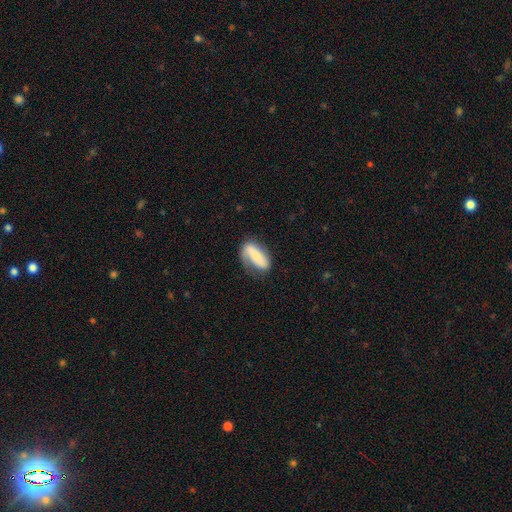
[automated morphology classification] Overall: smooth (50%; featured or disk 44%). Merging: none (58%; minor disturbance 27%).